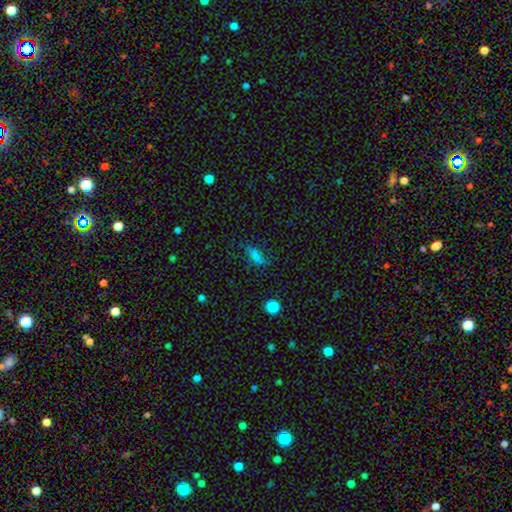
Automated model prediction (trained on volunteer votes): Q: Smooth or featured?
A: smooth (67%); runner-up: star or artifact (18%)
Q: How rounded?
A: in between (58%); runner-up: cigar-shaped (36%)
Q: Merging?
A: none (60%); runner-up: minor disturbance (24%)